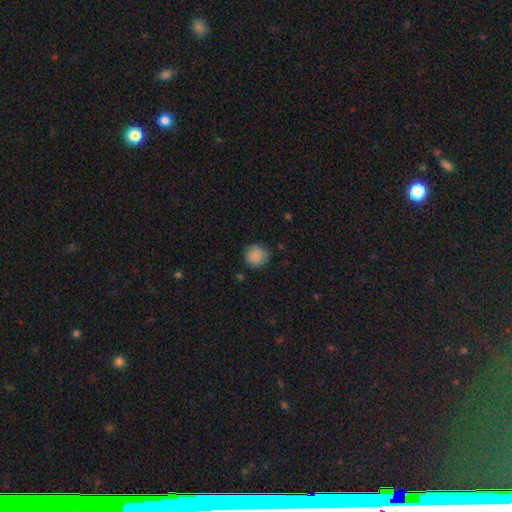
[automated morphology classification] Smooth or featured? smooth (88%)
How rounded? round (92%)
Merging? none (85%)